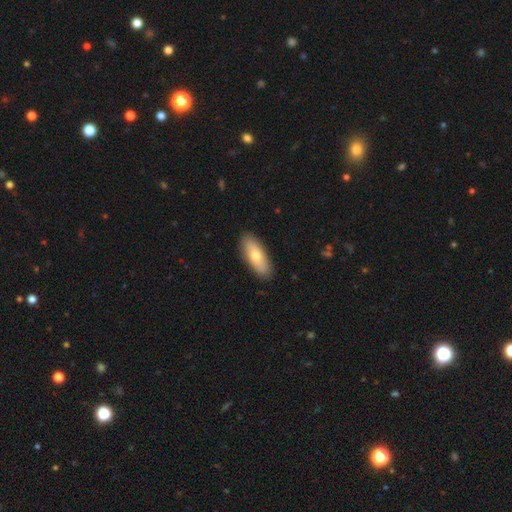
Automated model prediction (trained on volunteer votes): A smooth galaxy with no disk features (69%) that is in between round and cigar-shaped (74%). Merging: none (89%).